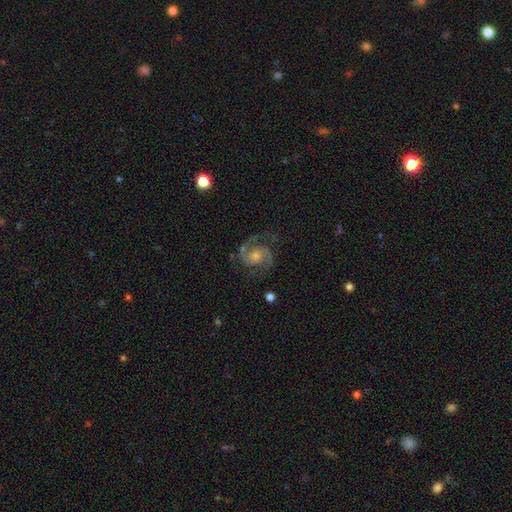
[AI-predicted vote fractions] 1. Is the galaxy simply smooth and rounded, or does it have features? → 91% featured or disk, 5% star or artifact, 3% smooth.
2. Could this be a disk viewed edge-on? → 98% no, 2% yes.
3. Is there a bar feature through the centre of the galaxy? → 61% no, 32% weak, 7% strong.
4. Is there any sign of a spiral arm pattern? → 98% yes, 2% no.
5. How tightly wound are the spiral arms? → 61% medium, 29% tight, 10% loose.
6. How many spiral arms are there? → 93% 2, 2% 3, 2% can't tell, 1% 1, 1% 4, 1% more than 4.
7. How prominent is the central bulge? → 49% moderate, 38% small, 6% large, 6% none, 1% dominant.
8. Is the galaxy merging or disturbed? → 82% none, 12% minor disturbance, 5% major disturbance, 1% merger.